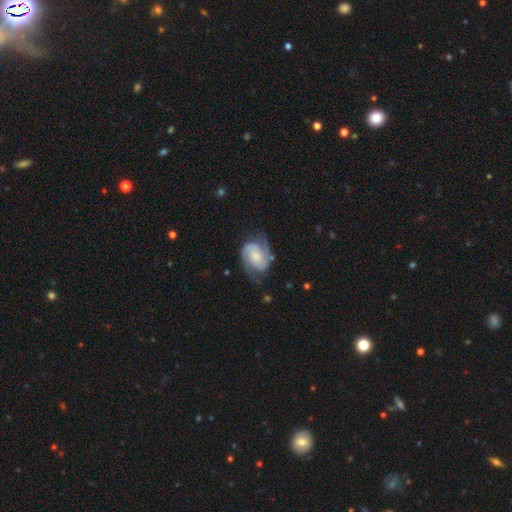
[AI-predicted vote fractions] A featured or disk galaxy (85%) with no bar (60%), 2 (90%) medium (45%) spiral arms (97%) and a small central bulge (39%). Merging: none (69%).